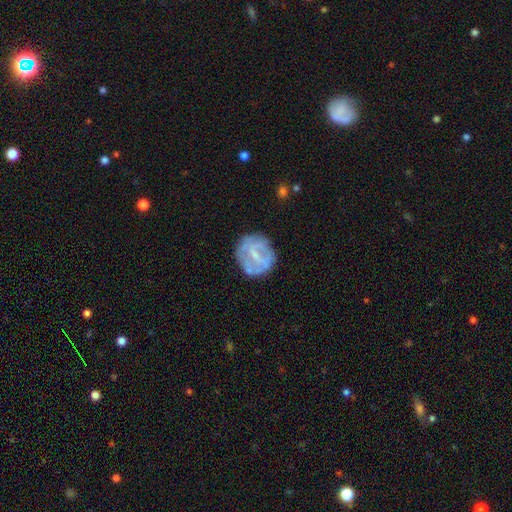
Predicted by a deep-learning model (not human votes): This appears to be a featured or disk galaxy (59%) with a weak bar (46%), no spiral arms (62%) and a small central bulge (46%). Merging: none (69%).